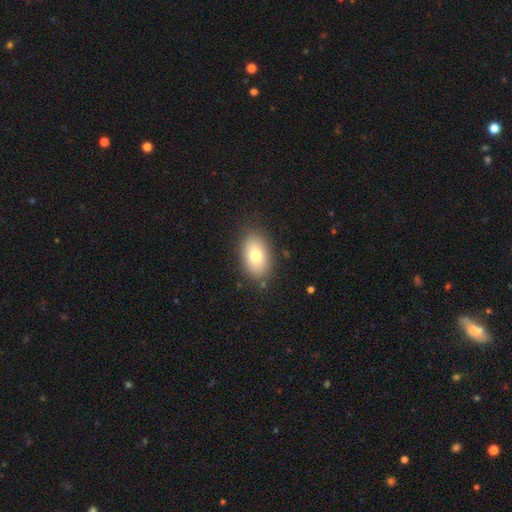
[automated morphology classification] Smooth or featured: smooth — 76% (featured or disk — 16%)
How rounded: in between — 89% (round — 9%)
Merging: none — 85% (minor disturbance — 10%)